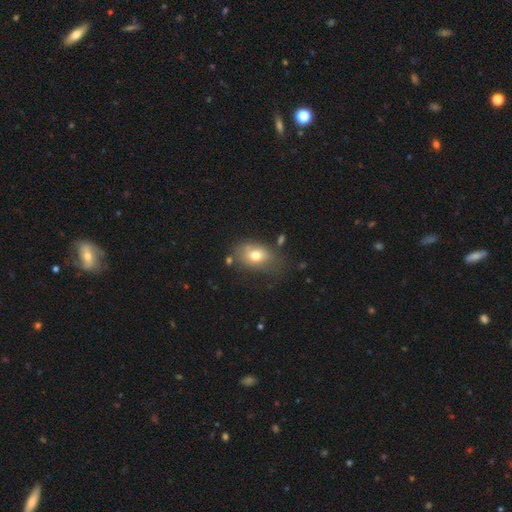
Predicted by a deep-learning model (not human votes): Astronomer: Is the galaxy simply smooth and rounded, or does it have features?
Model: smooth — 72%.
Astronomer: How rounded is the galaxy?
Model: in between — 83%.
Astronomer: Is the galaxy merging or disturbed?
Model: none — 58%.